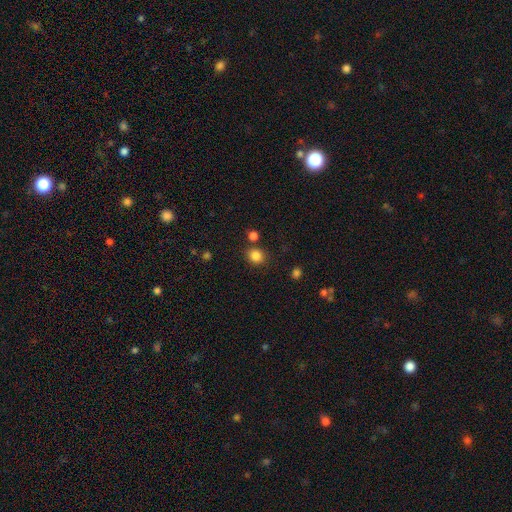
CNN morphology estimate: Smooth or featured: smooth — 84% (star or artifact — 12%)
How rounded: round — 74% (in between — 25%)
Merging: none — 78% (minor disturbance — 10%)